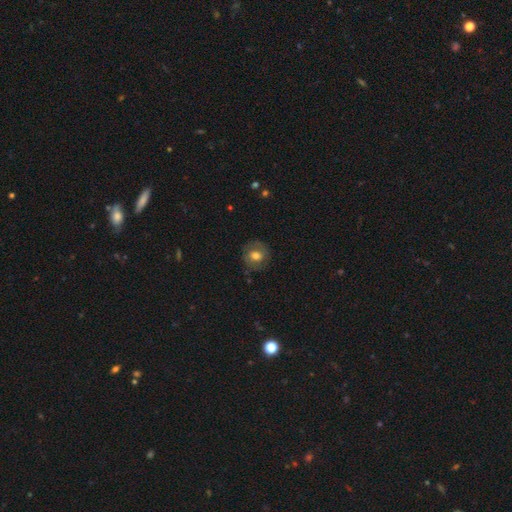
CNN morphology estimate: Q: Smooth or featured?
A: smooth (61%); runner-up: featured or disk (29%)
Q: How rounded?
A: round (79%); runner-up: in between (20%)
Q: Merging?
A: none (79%); runner-up: minor disturbance (14%)